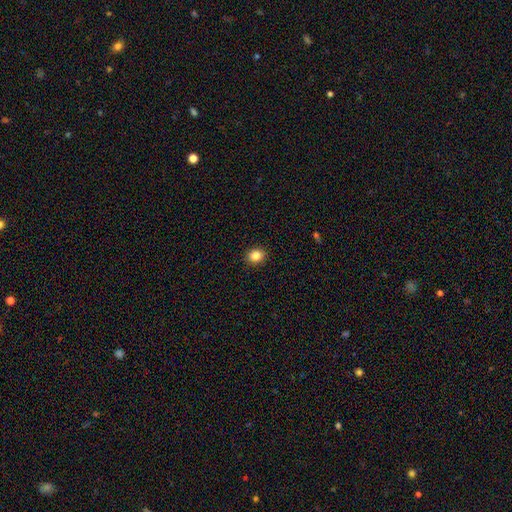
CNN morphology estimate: A smooth galaxy with no disk features (85%) that is round (62%). Merging: none (91%).